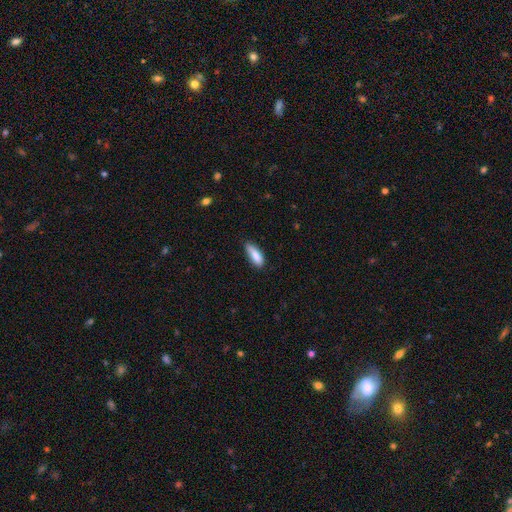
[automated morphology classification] type=smooth (84%); roundness=in between (61%); merging=none (70%).